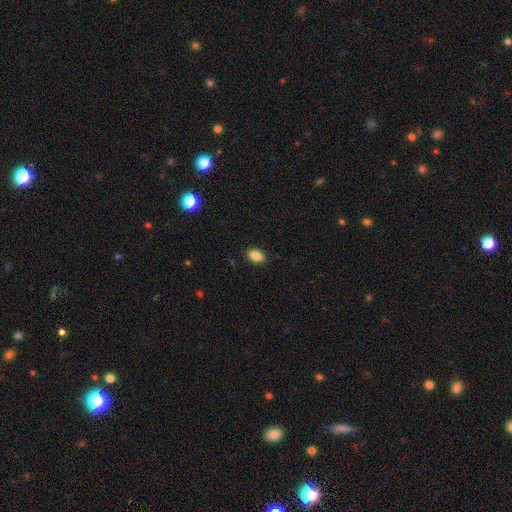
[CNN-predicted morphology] type=smooth (86%); roundness=in between (86%); merging=none (88%).